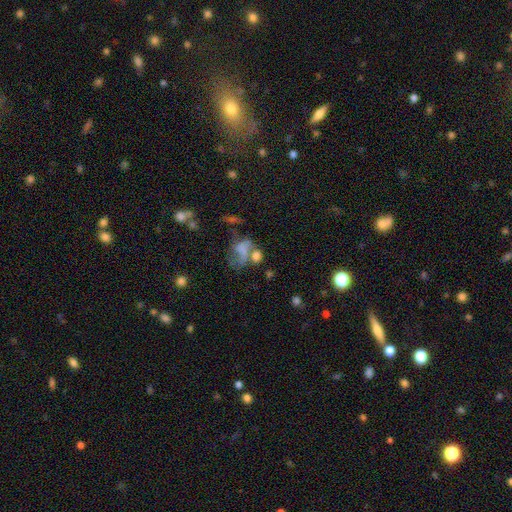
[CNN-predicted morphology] This is possibly a smooth galaxy (51%). How rounded: likely in between (62%). Merging: marginally merger (37%).